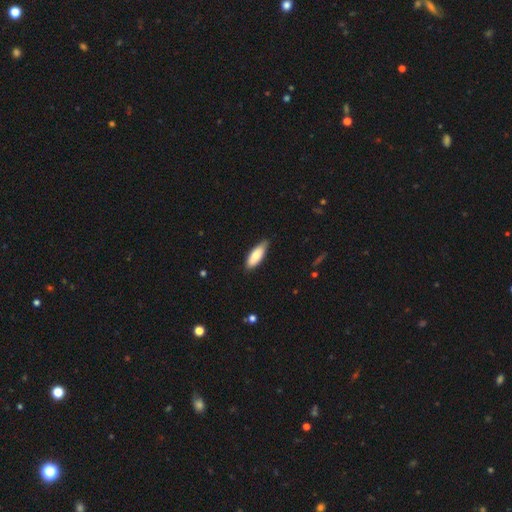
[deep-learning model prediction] This is likely a smooth galaxy (78%). How rounded: likely in between (66%). Merging: likely none (77%).